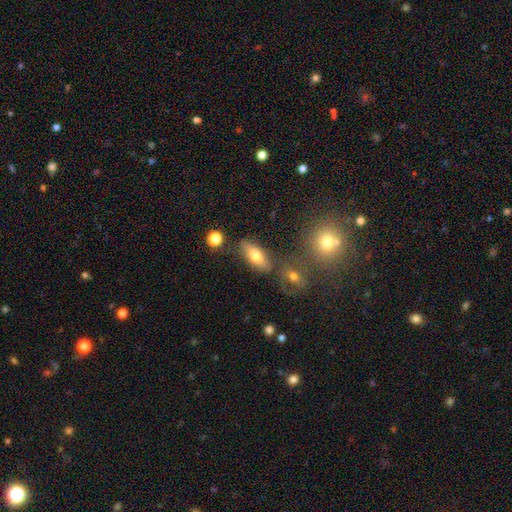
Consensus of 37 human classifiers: Volunteers were most divided on "smooth or featured": smooth: 68%, featured or disk: 30%, star or artifact: 3%. More confident: how rounded — in between (80%); merging — none (61%).